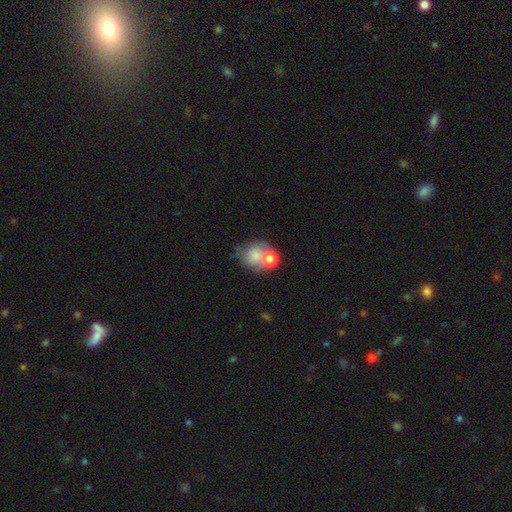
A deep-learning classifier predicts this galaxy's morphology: A smooth galaxy with no disk features (68%) that is round (59%). Merging: merger (42%).